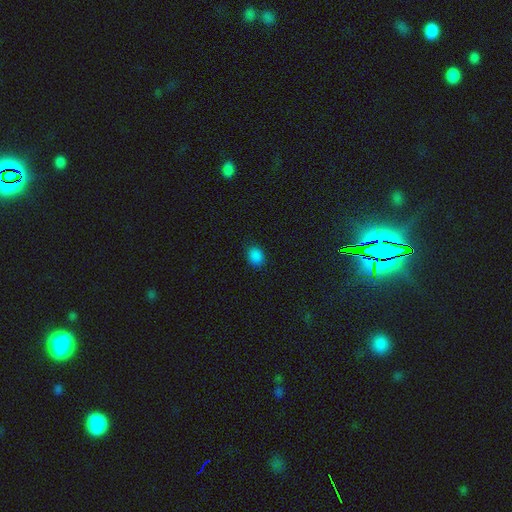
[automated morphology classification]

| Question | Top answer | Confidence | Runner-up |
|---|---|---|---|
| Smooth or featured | smooth | 84% | star or artifact (13%) |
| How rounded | in between | 53% | round (46%) |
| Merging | none | 87% | minor disturbance (10%) |